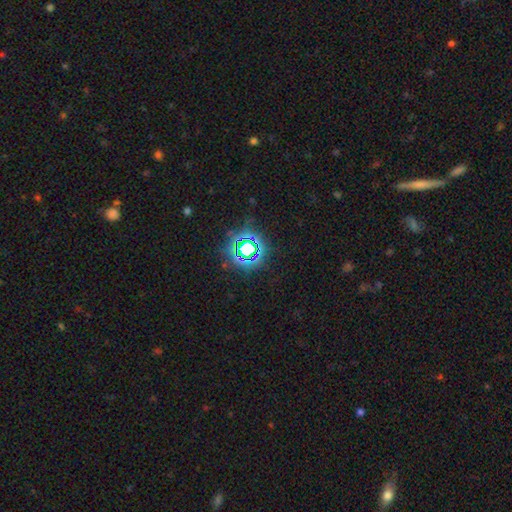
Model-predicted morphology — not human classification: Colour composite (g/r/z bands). It shows a star or artifact, not a galaxy (76%).